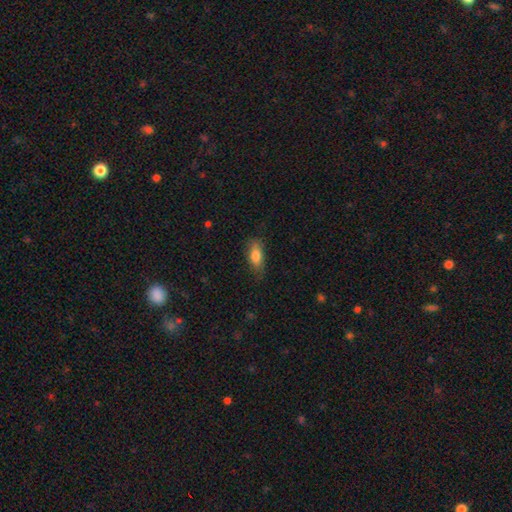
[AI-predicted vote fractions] Q: Smooth or featured?
A: smooth (80%); runner-up: featured or disk (12%)
Q: How rounded?
A: in between (78%); runner-up: cigar-shaped (18%)
Q: Merging?
A: none (77%); runner-up: minor disturbance (18%)